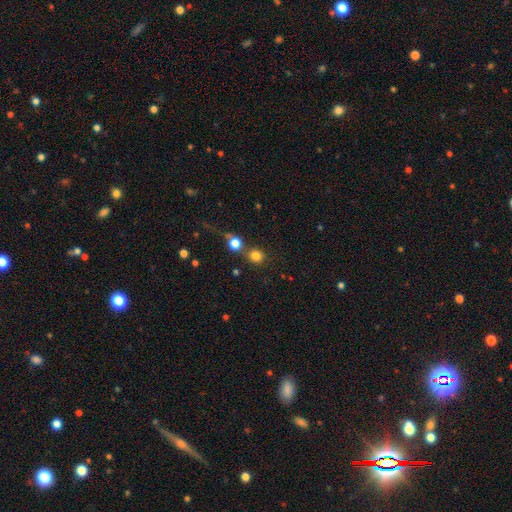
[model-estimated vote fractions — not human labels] smooth_or_featured: smooth (p=0.81) [alt: star or artifact p=0.12]
how_rounded: round (p=0.88) [alt: in between p=0.10]
merging: none (p=0.59) [alt: merger p=0.29]